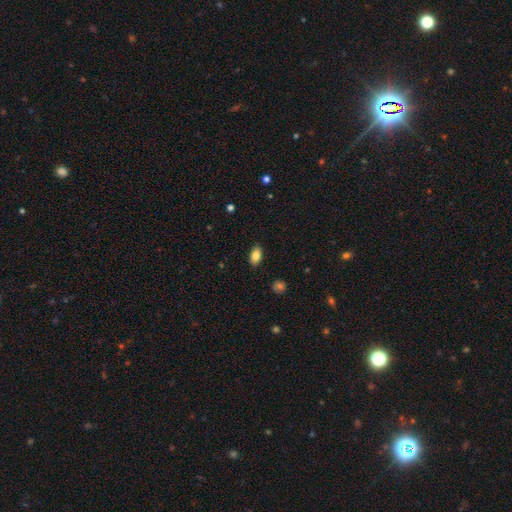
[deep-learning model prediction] Smooth or featured: smooth — 83% (featured or disk — 9%)
How rounded: in between — 90% (round — 5%)
Merging: none — 88% (minor disturbance — 9%)